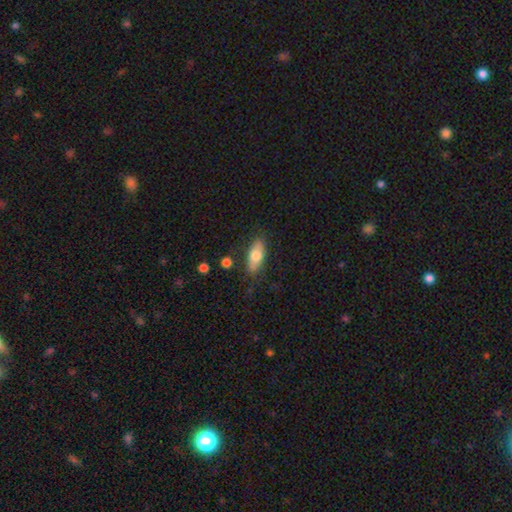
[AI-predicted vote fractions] A smooth galaxy with no disk features (72%) that is in between round and cigar-shaped (80%).

Vote fractions:
- Smooth or featured? smooth: 72% / featured or disk: 21% / star or artifact: 6%
- How rounded? in between: 80% / cigar-shaped: 17% / round: 3%
- Merging? none: 78% / minor disturbance: 15% / major disturbance: 4% / merger: 3%